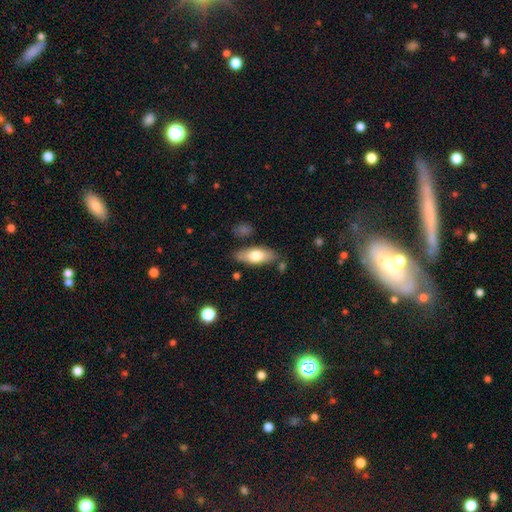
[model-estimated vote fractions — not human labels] This is likely a smooth galaxy (66%). How rounded: likely in between (72%). Merging: likely none (78%).